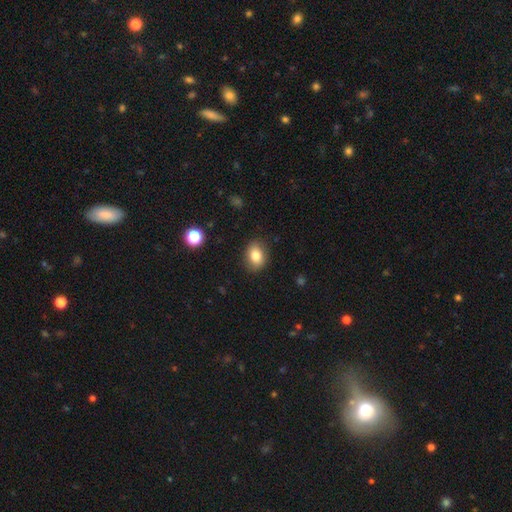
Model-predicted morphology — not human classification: Smooth or featured? Predicted: smooth (p=0.81). How rounded? Predicted: in between (p=0.66). Merging? Predicted: none (p=0.86).